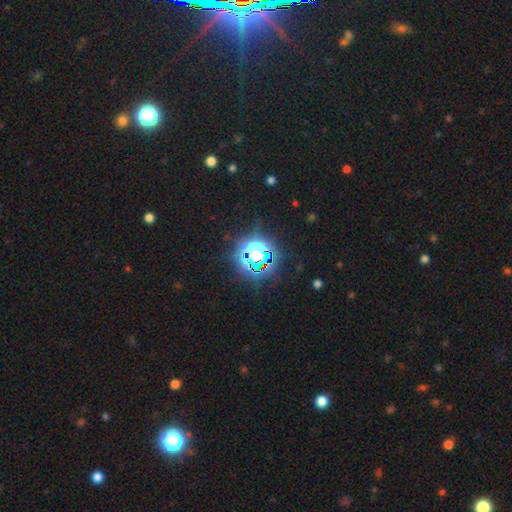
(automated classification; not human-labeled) star or artifact 72%, smooth 18%, featured or disk 9%.